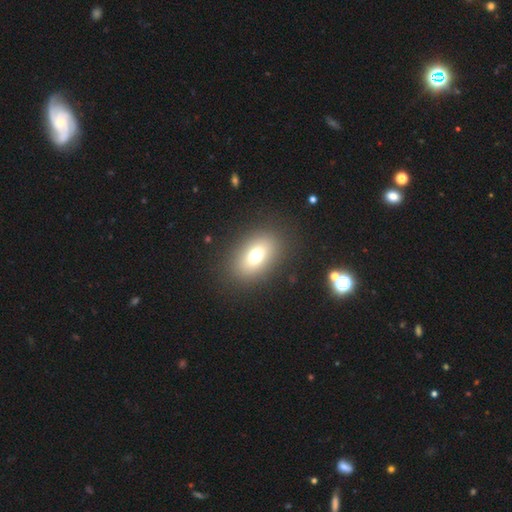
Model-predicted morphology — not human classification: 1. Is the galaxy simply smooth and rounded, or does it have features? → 72% smooth, 15% featured or disk, 13% star or artifact.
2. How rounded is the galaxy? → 79% in between, 19% round, 2% cigar-shaped.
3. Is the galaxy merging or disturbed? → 87% none, 8% minor disturbance, 4% major disturbance, 1% merger.